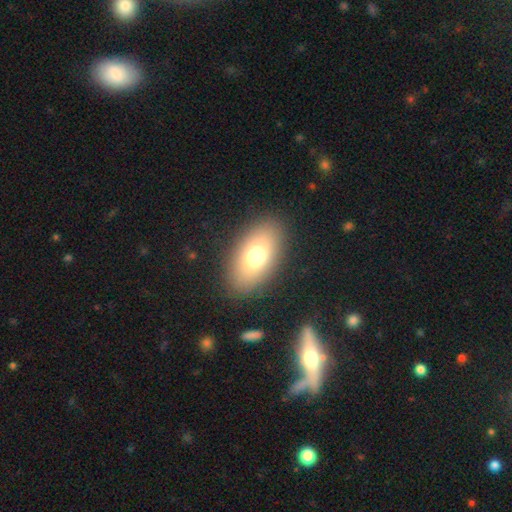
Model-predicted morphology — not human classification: Smooth or featured? smooth (73%)
How rounded? in between (90%)
Merging? none (87%)